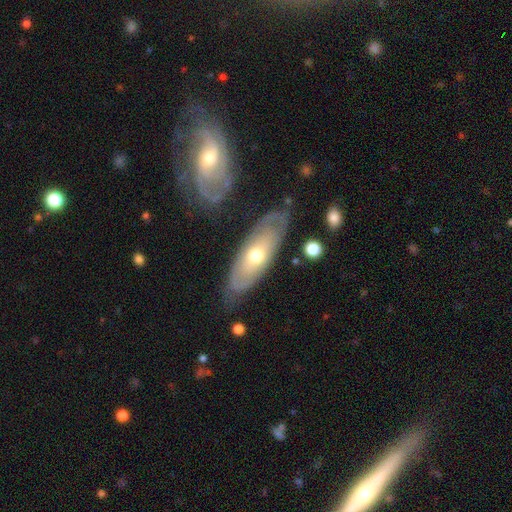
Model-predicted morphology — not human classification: Q: Smooth or featured?
A: featured or disk (53%); runner-up: smooth (41%)
Q: Edge-on disk?
A: no (74%); runner-up: yes (26%)
Q: Merging?
A: none (76%); runner-up: minor disturbance (15%)